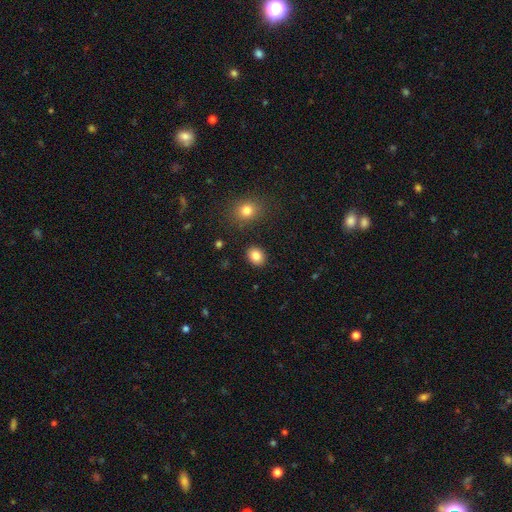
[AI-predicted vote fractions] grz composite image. It shows a smooth galaxy with no disk features (85%) that is round (53%). Merging: none (89%).